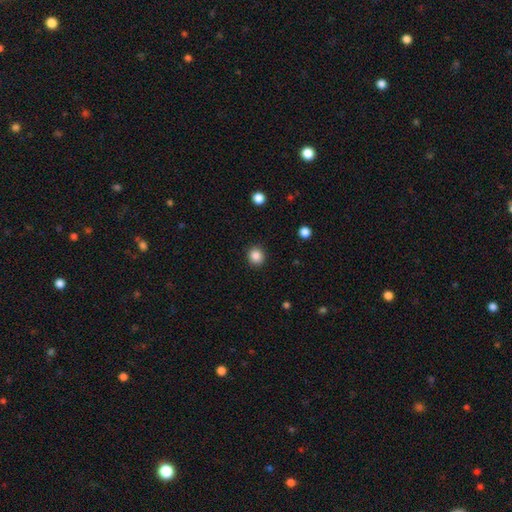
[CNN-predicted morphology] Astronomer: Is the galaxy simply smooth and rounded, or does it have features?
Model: smooth — 86%.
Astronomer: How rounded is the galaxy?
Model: round — 87%.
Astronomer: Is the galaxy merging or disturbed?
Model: none — 91%.